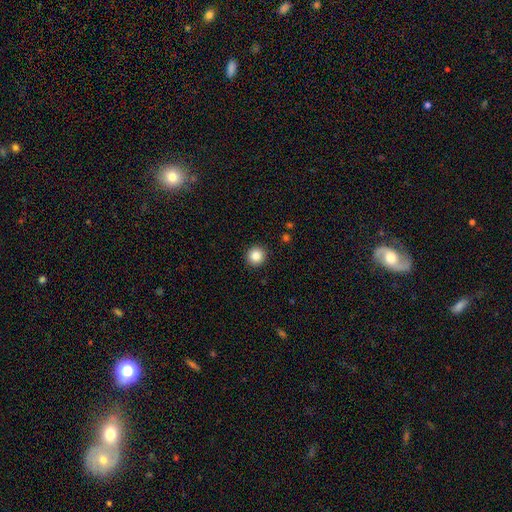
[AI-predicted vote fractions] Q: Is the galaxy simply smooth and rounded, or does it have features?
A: smooth — 86%.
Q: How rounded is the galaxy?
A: round — 92%.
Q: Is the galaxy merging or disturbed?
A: none — 92%.